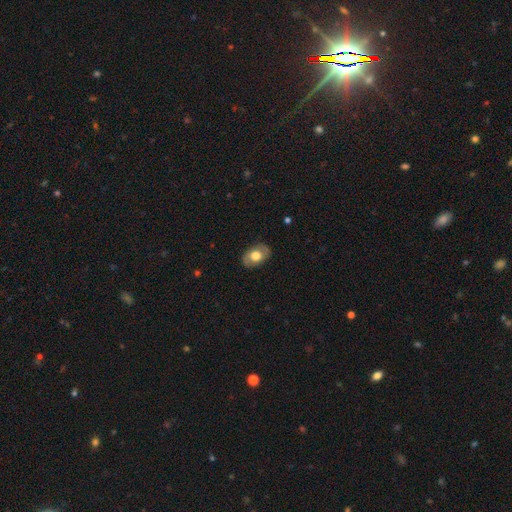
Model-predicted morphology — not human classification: This is likely a smooth galaxy (60%). How rounded: clearly in between (85%). Merging: clearly none (84%).